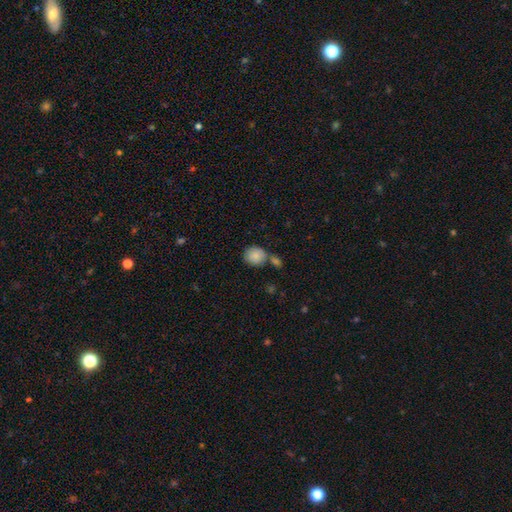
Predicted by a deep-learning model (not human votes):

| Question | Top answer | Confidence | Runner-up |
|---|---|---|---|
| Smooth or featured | smooth | 86% | star or artifact (8%) |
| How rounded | round | 83% | in between (16%) |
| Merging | none | 61% | merger (23%) |